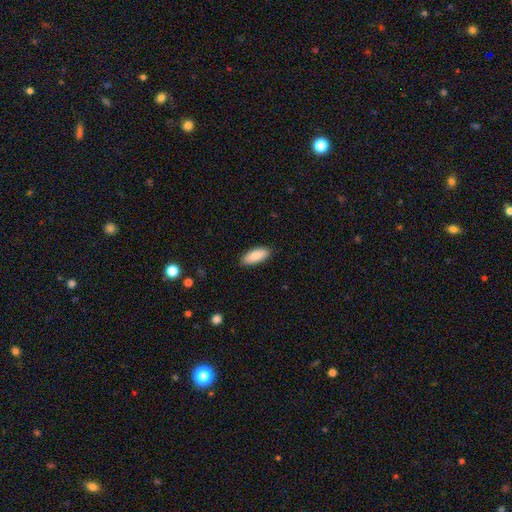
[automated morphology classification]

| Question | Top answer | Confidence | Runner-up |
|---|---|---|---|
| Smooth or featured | smooth | 88% | featured or disk (7%) |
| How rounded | in between | 81% | cigar-shaped (18%) |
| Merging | none | 88% | minor disturbance (9%) |